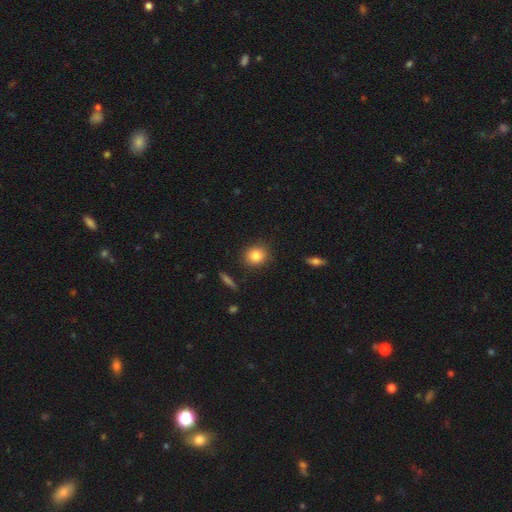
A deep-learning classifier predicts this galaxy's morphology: smooth 84%, star or artifact 9%, featured or disk 7%. Down the decision tree: how rounded — round (81%); merging — none (88%).